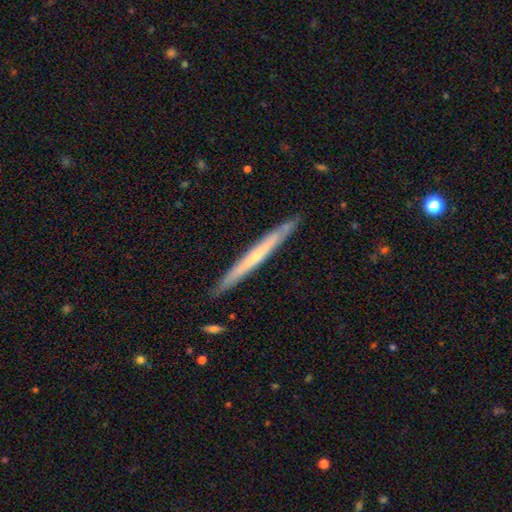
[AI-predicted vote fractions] Smooth or featured? Predicted: featured or disk (p=0.58). Edge-on disk? Predicted: yes (p=0.95). Edge-on bulge? Predicted: none (p=0.67). Merging? Predicted: none (p=0.88).